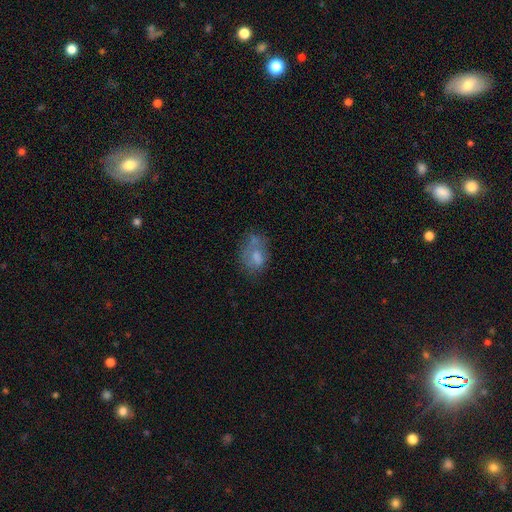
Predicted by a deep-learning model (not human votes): The model was most divided on "merging": none: 39%, minor disturbance: 27%, major disturbance: 23%, merger: 11%. More confident: how rounded — in between (77%); smooth or featured — smooth (56%).